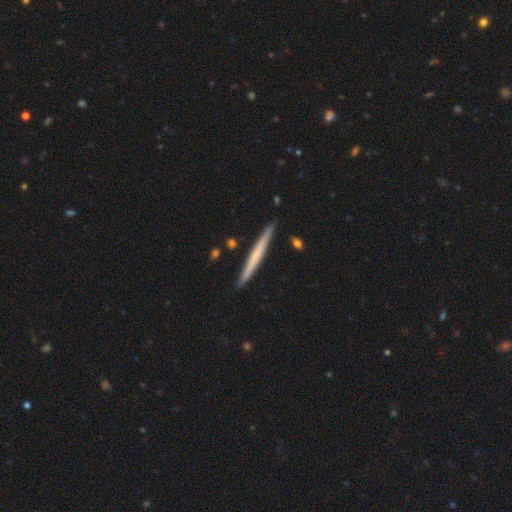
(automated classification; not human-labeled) Smooth or featured: featured or disk — 49% (smooth — 46%)
Merging: none — 89% (minor disturbance — 7%)